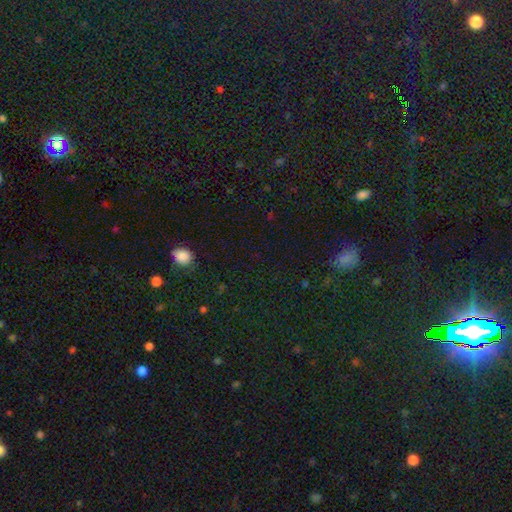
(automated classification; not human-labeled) This appears to be a star or artifact, not a galaxy (66%).